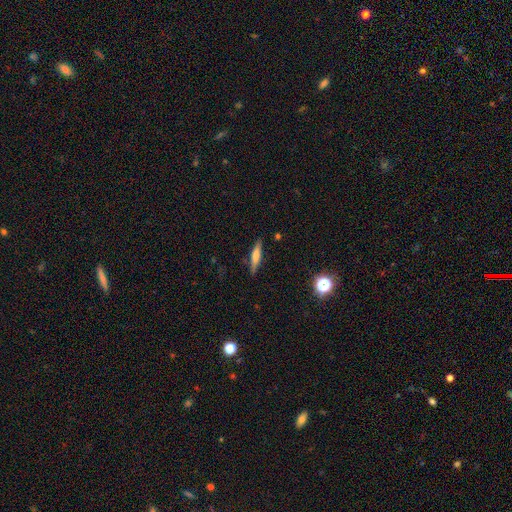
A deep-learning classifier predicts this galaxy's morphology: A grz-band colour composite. It shows a smooth galaxy with no disk features (51%) that is cigar-shaped (86%). Merging: none (86%).